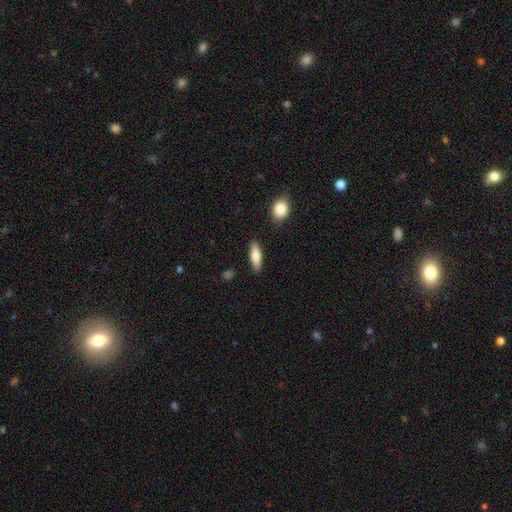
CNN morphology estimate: smooth_or_featured: smooth (p=0.77) [alt: featured or disk p=0.17]
how_rounded: in between (p=0.51) [alt: cigar-shaped p=0.47]
merging: none (p=0.86) [alt: minor disturbance p=0.09]